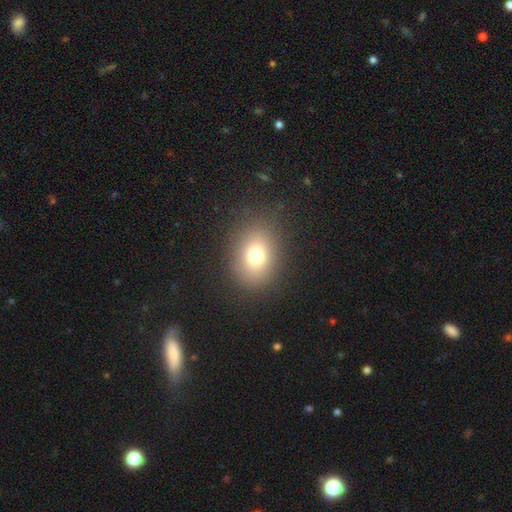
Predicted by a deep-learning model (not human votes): Morphology: type=smooth (74%); roundness=in between (57%); merging=none (82%).